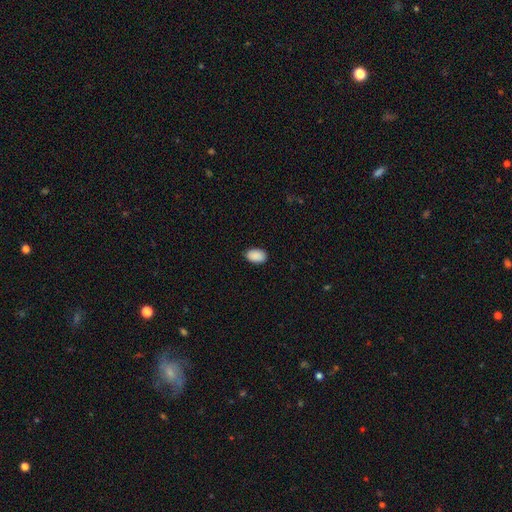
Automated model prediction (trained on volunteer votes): This appears to be a smooth galaxy with no disk features (91%) that is in between round and cigar-shaped (91%). Merging: none (88%).